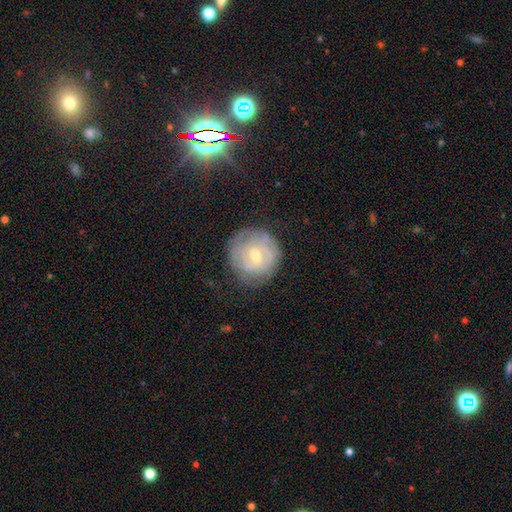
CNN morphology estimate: Smooth or featured: featured or disk — 71% (smooth — 21%)
Edge-on disk: no — 97% (yes — 3%)
Bar: weak — 46% (no — 42%)
Spiral arms: yes — 81% (no — 19%)
Spiral winding: tight — 72% (medium — 21%)
Spiral arm count: can't tell — 50% (2 — 26%)
Bulge size: moderate — 56% (small — 40%)
Merging: none — 73% (minor disturbance — 18%)